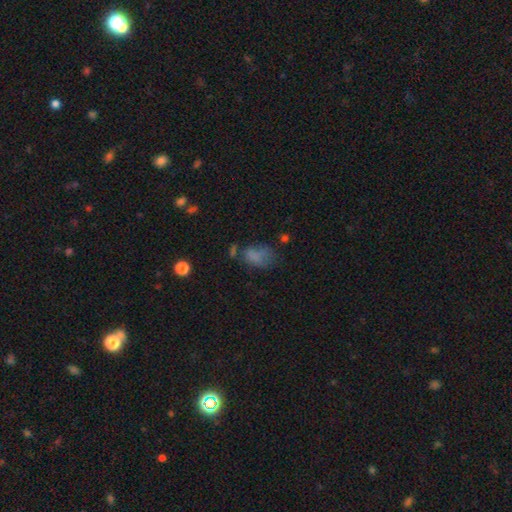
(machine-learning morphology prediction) Smooth or featured? smooth (65%)
How rounded? in between (84%)
Merging? none (34%)